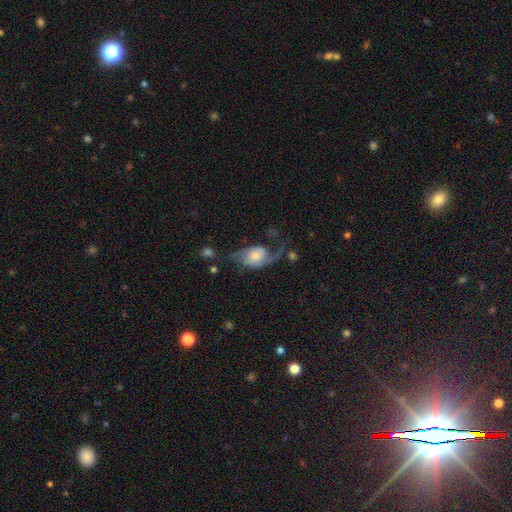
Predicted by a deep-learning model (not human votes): smooth-or-featured: featured or disk: 71% | smooth: 23% | star or artifact: 6%
  disk-edge-on: no: 96% | yes: 4%
    bar: no: 63% | weak: 31% | strong: 6%
    has-spiral-arms: yes: 90% | no: 10%
      spiral-winding: loose: 60% | medium: 30% | tight: 10%
      spiral-arm-count: 2: 67% | 1: 25% | can't tell: 5% | 3: 1% | 4: 1% | more than 4: 1%
    bulge-size: moderate: 45% | small: 32% | large: 15% | none: 5% | dominant: 3%
  merging: major disturbance: 38% | none: 37% | minor disturbance: 20% | merger: 5%